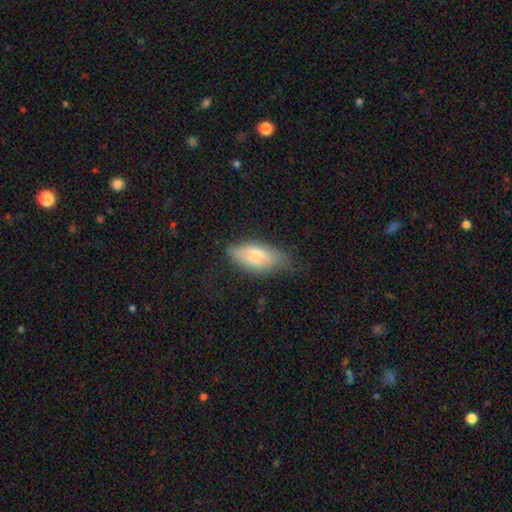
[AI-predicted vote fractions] Q: Smooth or featured?
A: smooth (67%); runner-up: featured or disk (26%)
Q: How rounded?
A: in between (82%); runner-up: cigar-shaped (15%)
Q: Merging?
A: none (56%); runner-up: minor disturbance (32%)